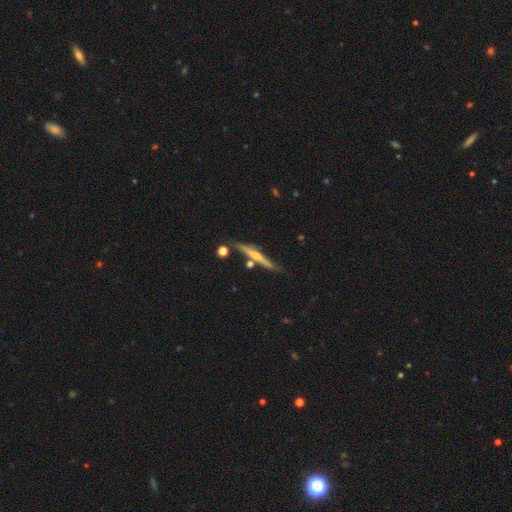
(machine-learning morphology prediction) This appears to be a featured or disk galaxy (62%) viewed edge-on (95%) with a rounded central bulge (61%). Merging: none (73%).